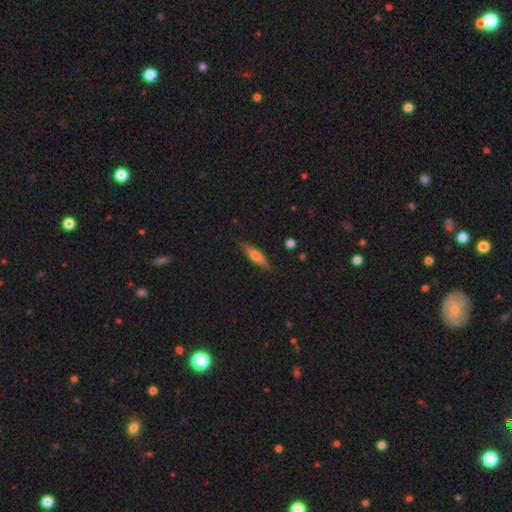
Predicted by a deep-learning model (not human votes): This is likely a smooth galaxy (61%). How rounded: likely cigar-shaped (68%). Merging: clearly none (83%).